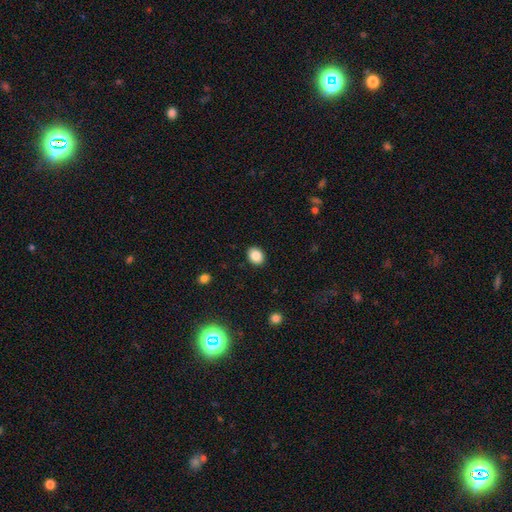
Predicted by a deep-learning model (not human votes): Q: Smooth or featured?
A: smooth (86%); runner-up: star or artifact (9%)
Q: How rounded?
A: in between (52%); runner-up: round (47%)
Q: Merging?
A: none (90%); runner-up: minor disturbance (7%)